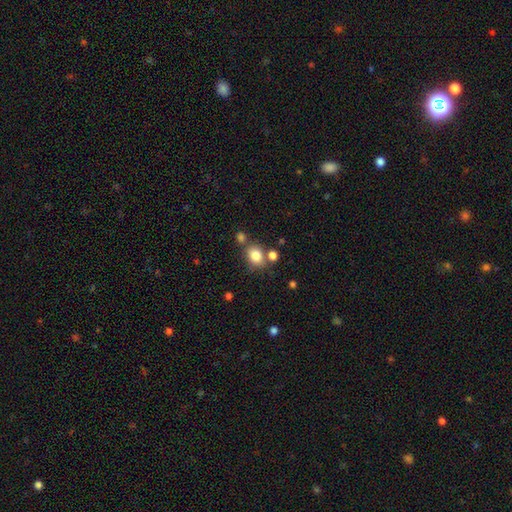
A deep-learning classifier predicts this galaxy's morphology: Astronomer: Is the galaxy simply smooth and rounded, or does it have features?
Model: smooth — 82%.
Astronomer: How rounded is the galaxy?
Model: round — 52% (runner-up: in between, 47%).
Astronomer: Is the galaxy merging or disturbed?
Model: none — 66%.